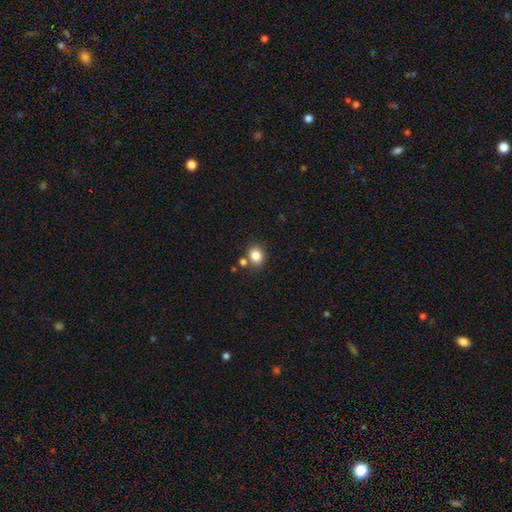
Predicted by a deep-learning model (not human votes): Overall: smooth (83%). How rounded: round (63%; in between 36%). Merging: none (74%).